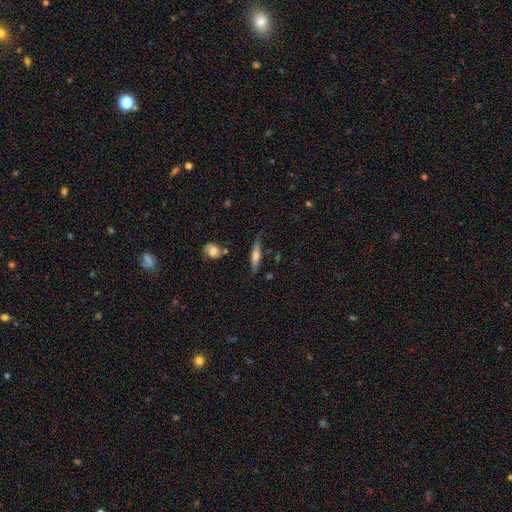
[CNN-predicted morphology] Smooth or featured? smooth (51%)
How rounded? cigar-shaped (75%)
Merging? none (72%)